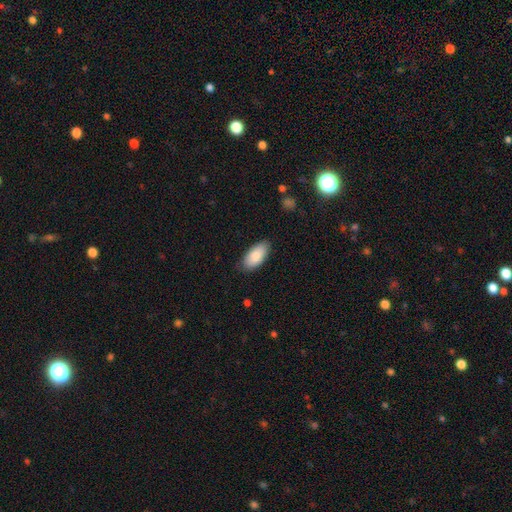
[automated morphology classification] Smooth or featured? Predicted: smooth (p=0.84). How rounded? Predicted: in between (p=0.93). Merging? Predicted: none (p=0.82).